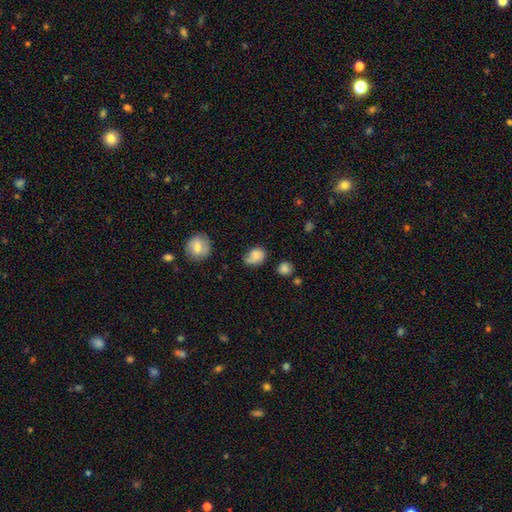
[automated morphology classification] Q: Smooth or featured?
A: smooth (71%); runner-up: featured or disk (21%)
Q: How rounded?
A: in between (58%); runner-up: round (40%)
Q: Merging?
A: none (44%); runner-up: minor disturbance (34%)